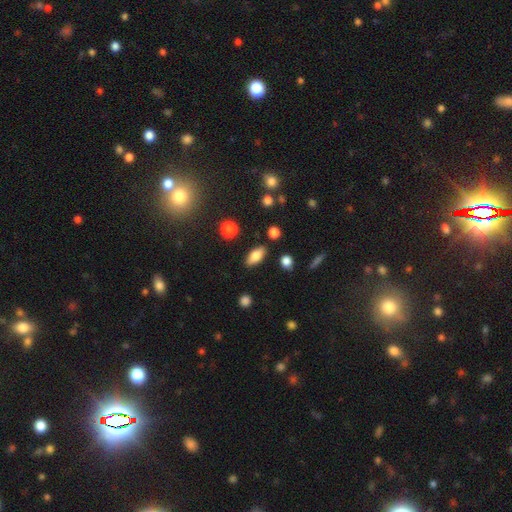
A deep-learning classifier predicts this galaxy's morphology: smooth_or_featured: smooth (p=0.75) [alt: featured or disk p=0.17]
how_rounded: in between (p=0.82) [alt: cigar-shaped p=0.14]
merging: none (p=0.84) [alt: minor disturbance p=0.11]